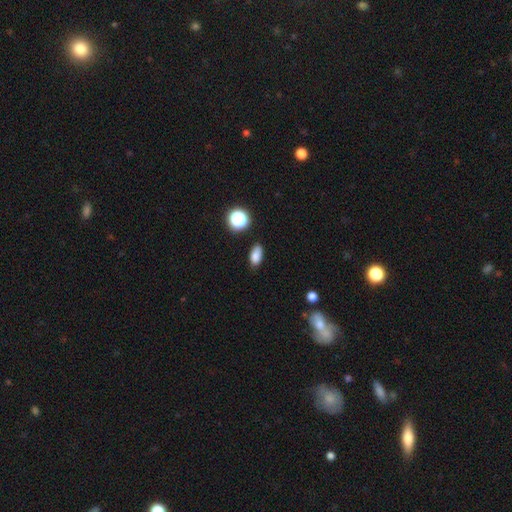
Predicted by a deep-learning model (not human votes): A smooth galaxy with no disk features (83%) that is in between round and cigar-shaped (87%).

Vote fractions:
- Smooth or featured? smooth: 83% / star or artifact: 11% / featured or disk: 6%
- How rounded? in between: 87% / round: 8% / cigar-shaped: 5%
- Merging? none: 81% / minor disturbance: 14% / major disturbance: 3% / merger: 2%